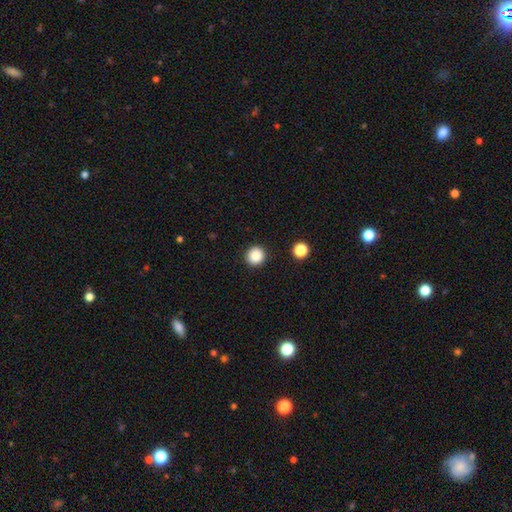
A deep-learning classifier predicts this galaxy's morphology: smooth-or-featured: smooth: 87% | star or artifact: 10% | featured or disk: 3%
  how-rounded: round: 94% | in between: 5% | cigar-shaped: 1%
  merging: none: 92% | minor disturbance: 5% | major disturbance: 2% | merger: 1%